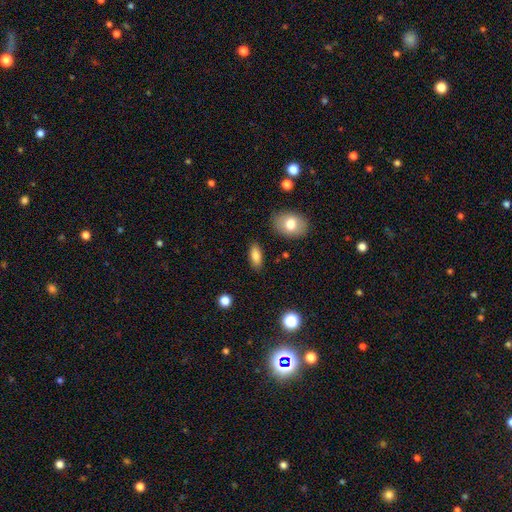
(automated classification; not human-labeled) A smooth galaxy with no disk features (83%) that is in between round and cigar-shaped (86%). Merging: none (86%).